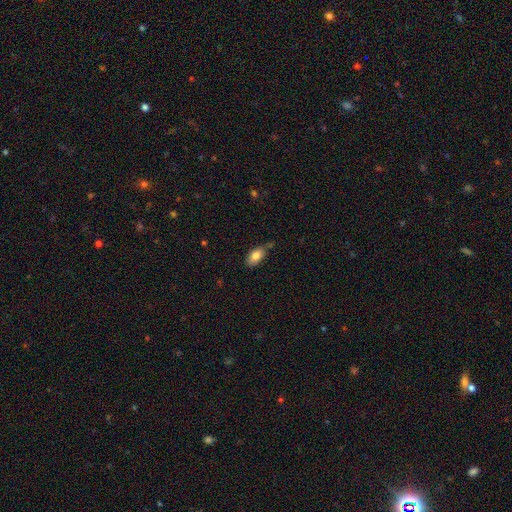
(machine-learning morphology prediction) type=smooth (82%); roundness=in between (92%); merging=none (63%).